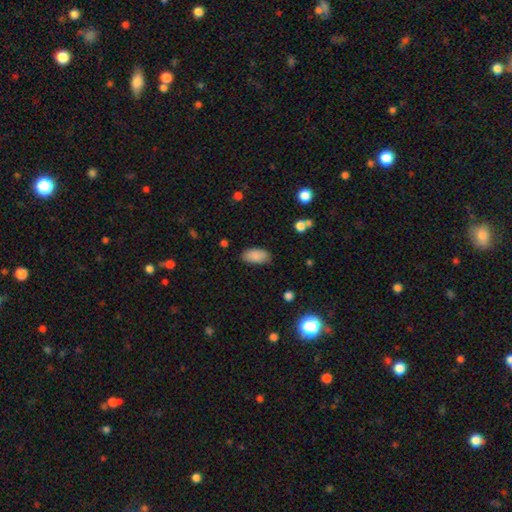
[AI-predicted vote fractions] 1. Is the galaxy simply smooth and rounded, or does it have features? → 88% smooth, 7% star or artifact, 5% featured or disk.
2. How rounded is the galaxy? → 94% in between, 3% cigar-shaped, 3% round.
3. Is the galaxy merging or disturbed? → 82% none, 14% minor disturbance, 3% major disturbance, 1% merger.